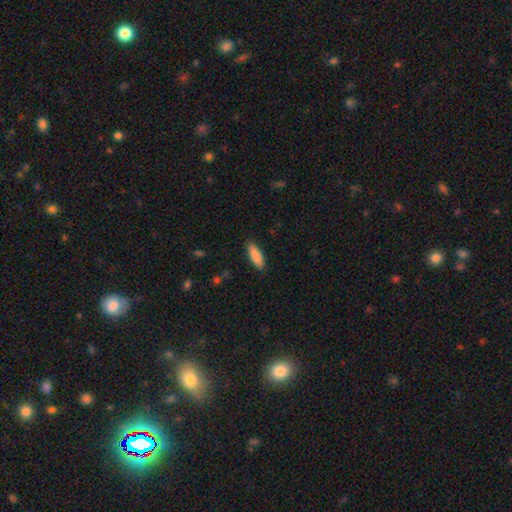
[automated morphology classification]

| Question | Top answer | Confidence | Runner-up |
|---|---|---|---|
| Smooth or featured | smooth | 87% | featured or disk (7%) |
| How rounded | in between | 59% | cigar-shaped (40%) |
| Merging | none | 89% | minor disturbance (8%) |